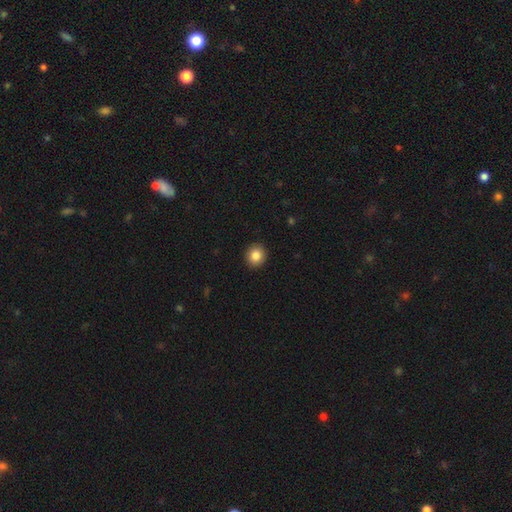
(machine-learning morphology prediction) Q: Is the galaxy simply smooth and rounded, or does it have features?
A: smooth — 85%.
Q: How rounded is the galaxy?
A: round — 87%.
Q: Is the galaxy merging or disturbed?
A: none — 92%.